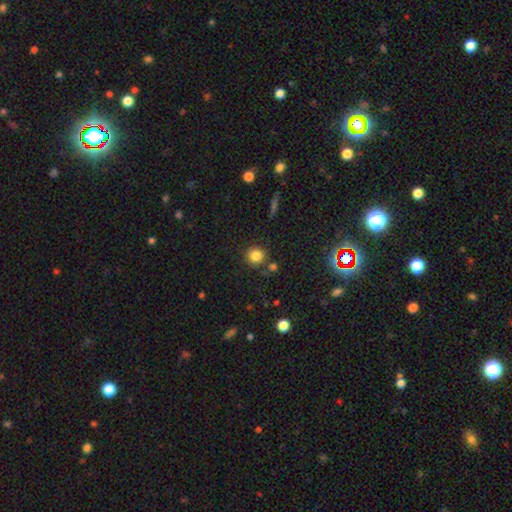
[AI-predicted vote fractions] smooth 82%, star or artifact 12%, featured or disk 6%. Down the decision tree: how rounded — round (90%); merging — none (78%).